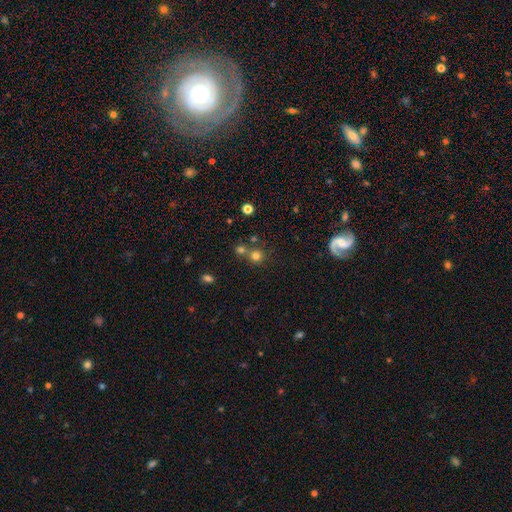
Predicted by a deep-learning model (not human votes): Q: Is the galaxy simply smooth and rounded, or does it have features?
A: smooth — 74%.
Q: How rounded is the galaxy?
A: round — 90%.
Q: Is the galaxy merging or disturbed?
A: none — 57%.